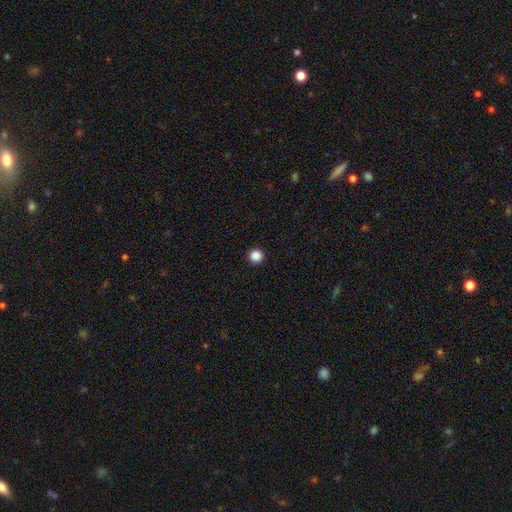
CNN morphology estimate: Smooth or featured: smooth — 87% (star or artifact — 11%)
How rounded: round — 96% (in between — 3%)
Merging: none — 94% (minor disturbance — 4%)